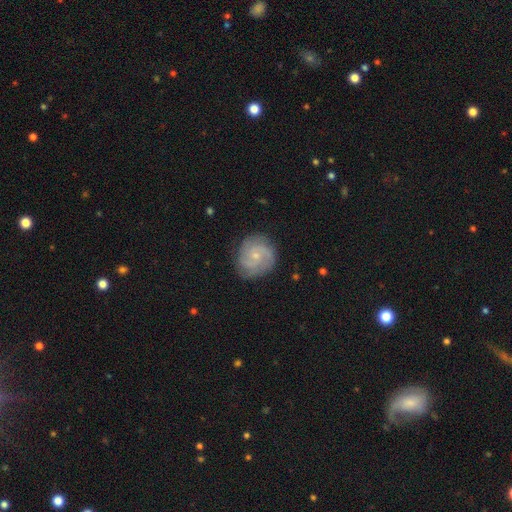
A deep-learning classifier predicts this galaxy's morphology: Smooth or featured? featured or disk (78%)
Edge-on disk? no (98%)
Bar? no (72%)
Spiral arms? yes (96%)
Spiral winding? tight (57%)
Spiral arm count? 3 (34%)
Bulge size? small (76%)
Merging? none (81%)